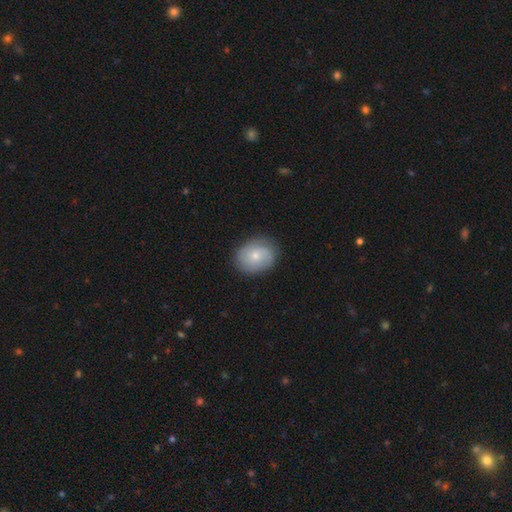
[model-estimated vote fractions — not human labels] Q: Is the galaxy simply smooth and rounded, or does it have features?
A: smooth — 54%.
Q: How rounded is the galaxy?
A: round — 53%.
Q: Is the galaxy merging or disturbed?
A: none — 80%.